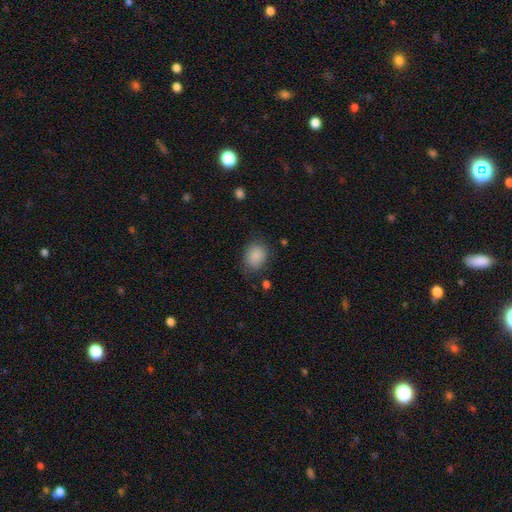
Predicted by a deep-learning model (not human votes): A smooth galaxy with no disk features (87%) that is round (53%).

Vote fractions:
- Smooth or featured? smooth: 87% / star or artifact: 8% / featured or disk: 5%
- How rounded? round: 53% / in between: 46% / cigar-shaped: 1%
- Merging? none: 78% / minor disturbance: 16% / major disturbance: 5% / merger: 2%